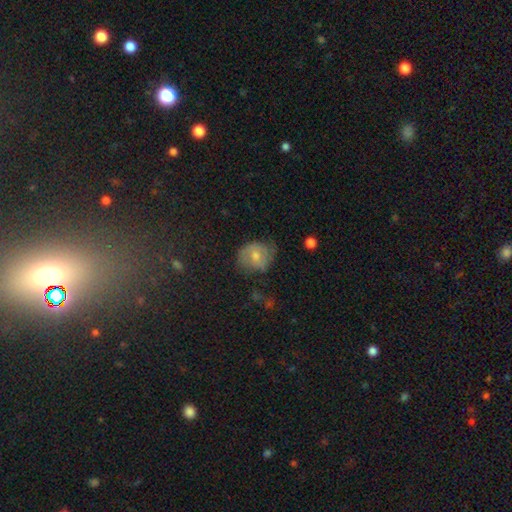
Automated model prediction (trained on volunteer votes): The model was most divided on "smooth or featured": smooth: 56%, featured or disk: 35%, star or artifact: 9%. More confident: how rounded — round (66%); merging — none (54%).